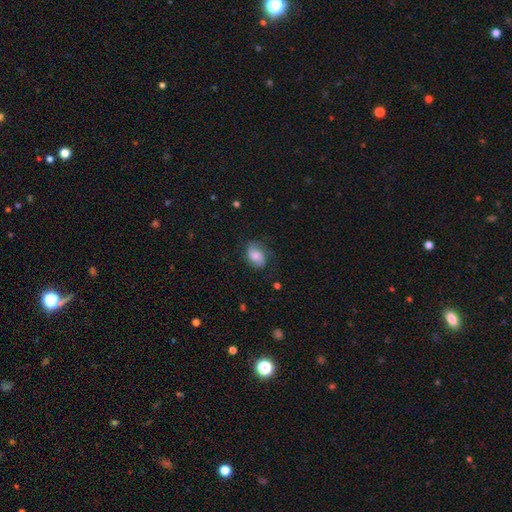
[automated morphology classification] smooth-or-featured: smooth: 59% | featured or disk: 33% | star or artifact: 8%
  how-rounded: in between: 78% | round: 21% | cigar-shaped: 1%
  merging: none: 62% | minor disturbance: 25% | major disturbance: 12% | merger: 1%